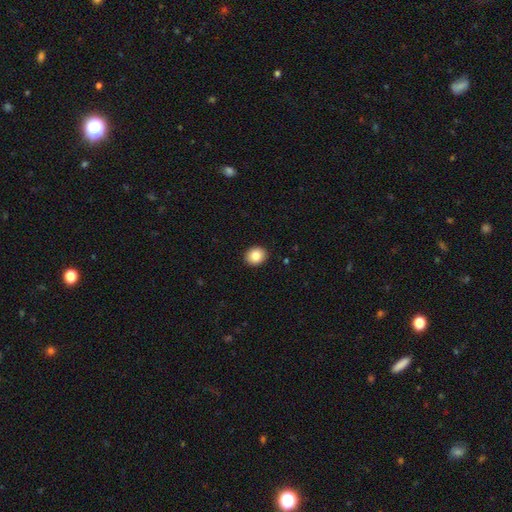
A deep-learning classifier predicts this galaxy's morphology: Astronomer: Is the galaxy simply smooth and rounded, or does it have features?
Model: smooth — 85%.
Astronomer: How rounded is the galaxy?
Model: round — 61% (runner-up: in between, 38%).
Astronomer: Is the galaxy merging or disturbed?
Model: none — 92%.